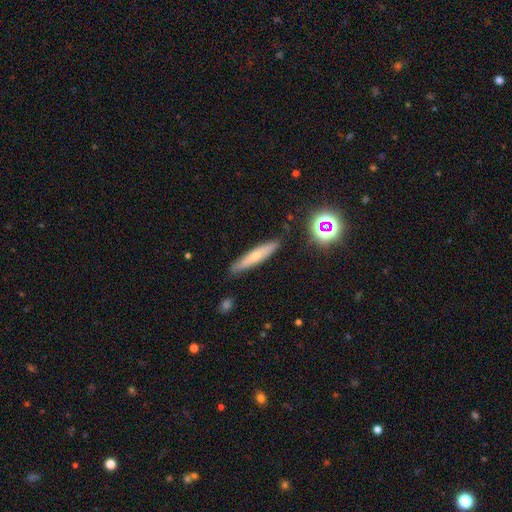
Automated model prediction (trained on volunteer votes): smooth_or_featured: smooth (p=0.55) [alt: featured or disk p=0.35]
how_rounded: cigar-shaped (p=0.87) [alt: in between p=0.11]
merging: none (p=0.86) [alt: minor disturbance p=0.10]